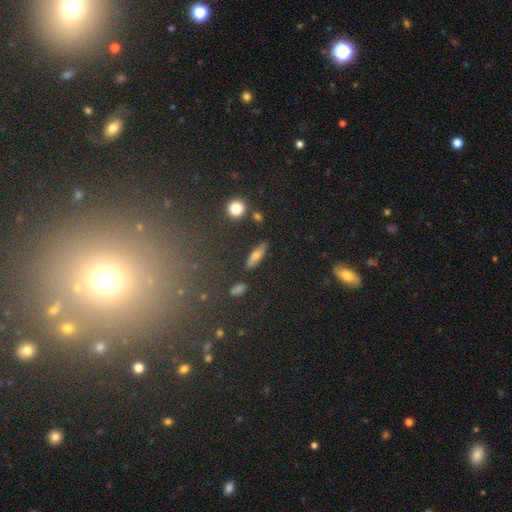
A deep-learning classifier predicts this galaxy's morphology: A smooth galaxy with no disk features (66%) that is cigar-shaped (55%). Merging: none (85%).